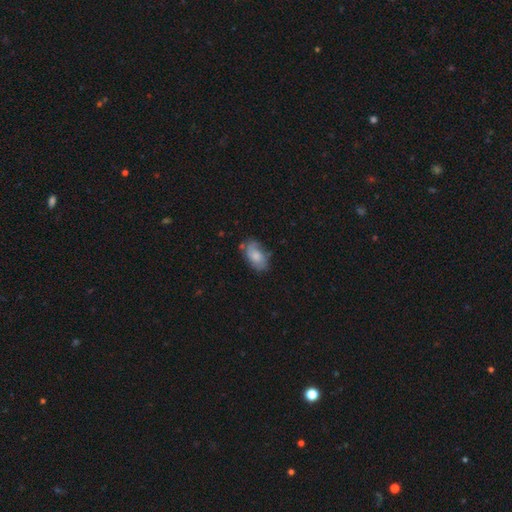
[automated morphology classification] This appears to be a smooth galaxy with no disk features (59%) that is in between round and cigar-shaped (92%). Merging: none (61%).